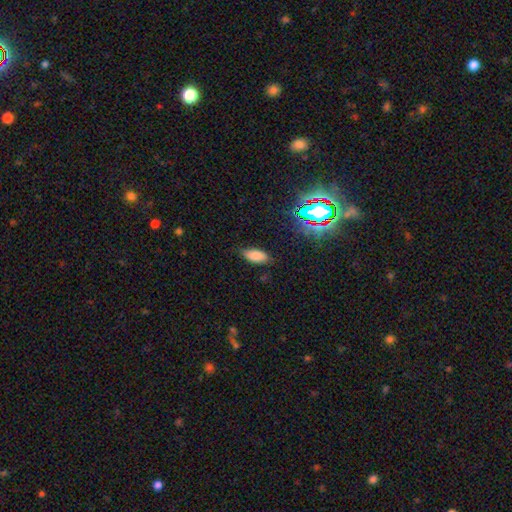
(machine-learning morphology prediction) The model was most divided on "merging": none: 78%, minor disturbance: 16%, major disturbance: 4%, merger: 1%. More confident: how rounded — in between (87%); smooth or featured — smooth (79%).